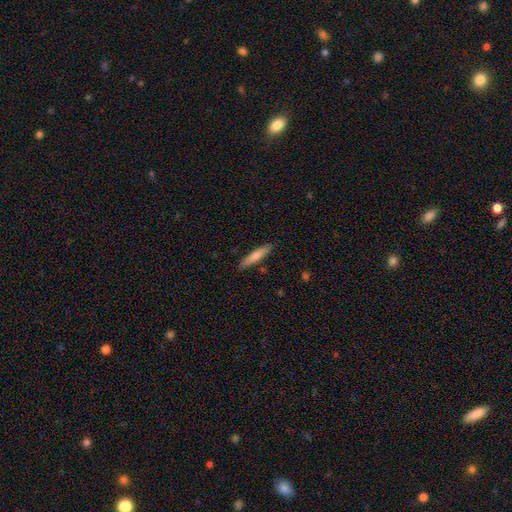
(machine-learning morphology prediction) Smooth or featured: smooth — 71% (featured or disk — 23%)
How rounded: cigar-shaped — 87% (in between — 12%)
Merging: none — 88% (minor disturbance — 9%)